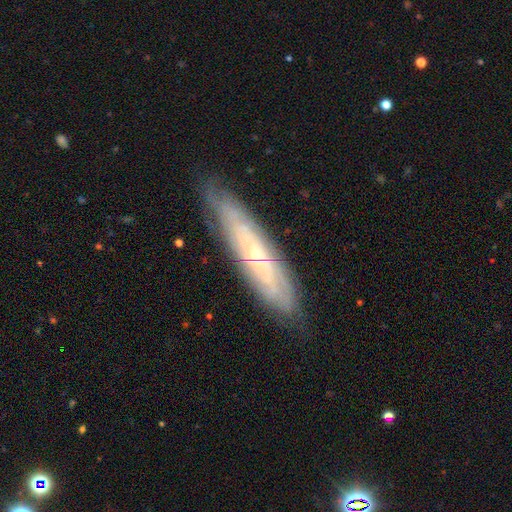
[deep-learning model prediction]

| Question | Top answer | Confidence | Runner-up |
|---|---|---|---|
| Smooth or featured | featured or disk | 71% | smooth (21%) |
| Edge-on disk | no | 62% | yes (38%) |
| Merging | none | 79% | minor disturbance (16%) |